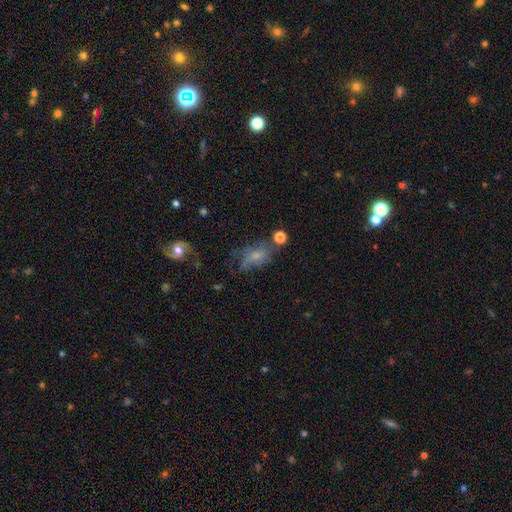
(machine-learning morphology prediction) Smooth or featured?
  - smooth: 47% *
  - featured or disk: 38%
  - star or artifact: 15%
Merging?
  - none: 36% *
  - major disturbance: 30%
  - minor disturbance: 25%
  - merger: 8%